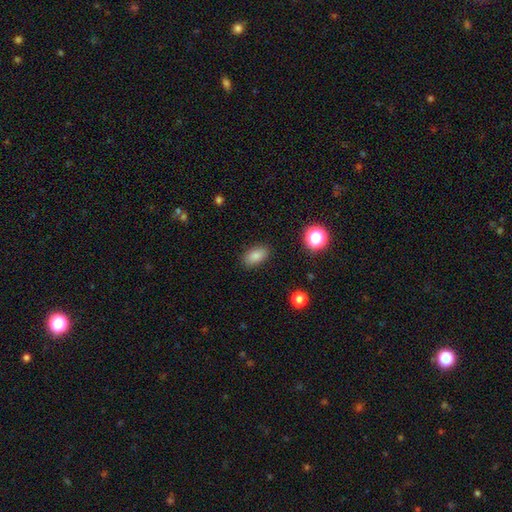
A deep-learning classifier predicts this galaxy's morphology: This is clearly a smooth galaxy (84%). How rounded: clearly in between (89%). Merging: clearly none (87%).